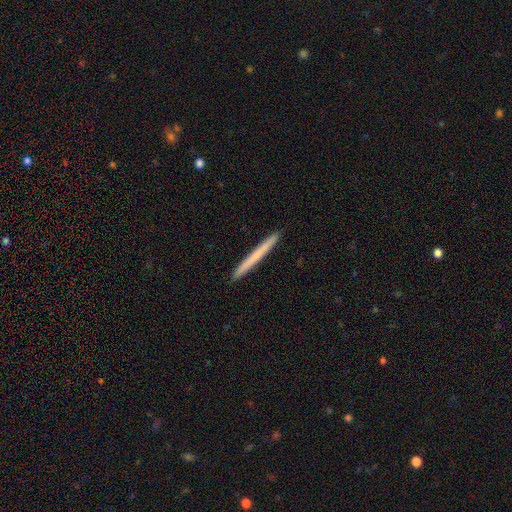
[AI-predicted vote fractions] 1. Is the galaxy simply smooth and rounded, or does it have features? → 61% smooth, 33% featured or disk, 5% star or artifact.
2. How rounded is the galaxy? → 98% cigar-shaped, 1% in between, 1% round.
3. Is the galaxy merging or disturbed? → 93% none, 5% minor disturbance, 1% major disturbance, 1% merger.